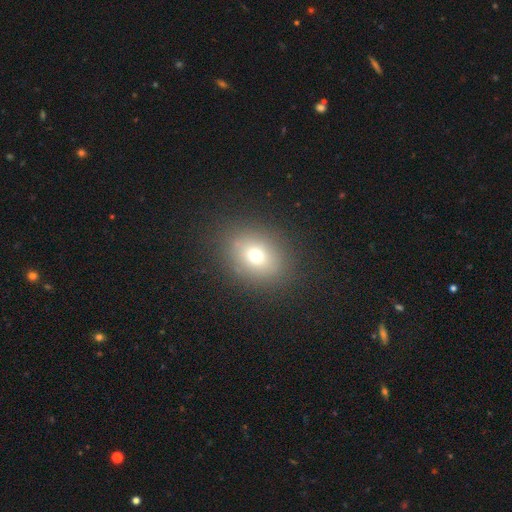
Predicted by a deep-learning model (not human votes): Smooth or featured: smooth — 69% (featured or disk — 16%)
How rounded: in between — 54% (round — 45%)
Merging: none — 84% (minor disturbance — 10%)